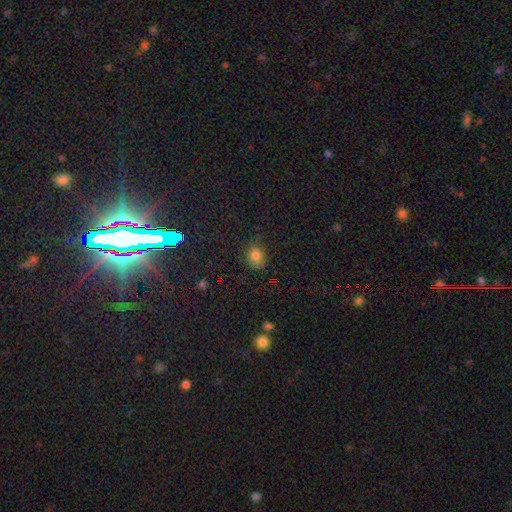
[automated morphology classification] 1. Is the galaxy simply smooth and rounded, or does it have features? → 76% smooth, 18% star or artifact, 6% featured or disk.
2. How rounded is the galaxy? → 58% round, 40% in between, 1% cigar-shaped.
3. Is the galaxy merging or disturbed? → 74% none, 19% minor disturbance, 5% major disturbance, 2% merger.